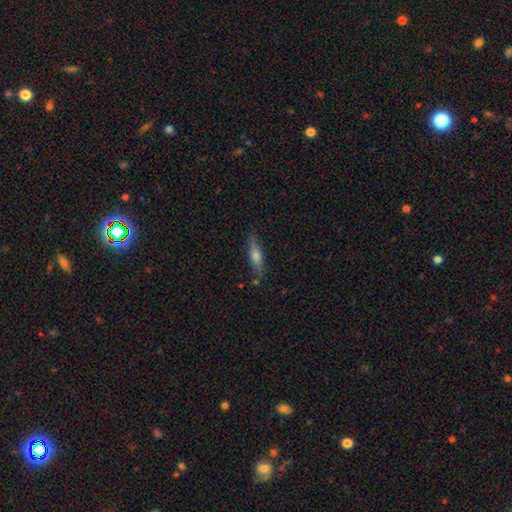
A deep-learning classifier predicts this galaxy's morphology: Smooth or featured: smooth — 55% (featured or disk — 38%)
How rounded: cigar-shaped — 71% (in between — 26%)
Merging: none — 81% (minor disturbance — 14%)